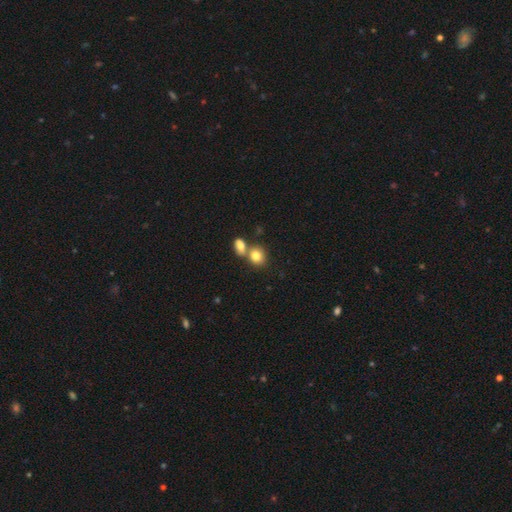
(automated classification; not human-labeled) Smooth or featured?
  - smooth: 81% *
  - star or artifact: 10%
  - featured or disk: 9%
How rounded?
  - round: 69% *
  - in between: 30%
  - cigar-shaped: 1%
Merging?
  - none: 47% *
  - merger: 42%
  - minor disturbance: 8%
  - major disturbance: 3%